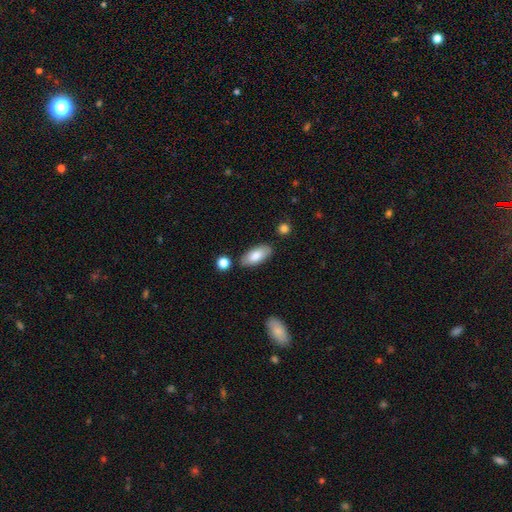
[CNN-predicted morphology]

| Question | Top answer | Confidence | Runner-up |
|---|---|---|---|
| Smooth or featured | smooth | 81% | featured or disk (13%) |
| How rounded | in between | 87% | cigar-shaped (11%) |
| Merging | none | 83% | minor disturbance (11%) |